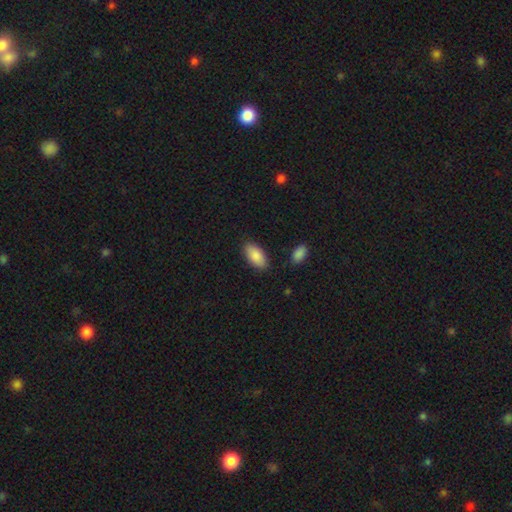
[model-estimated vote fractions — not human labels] This is clearly a smooth galaxy (87%). How rounded: clearly in between (92%). Merging: clearly none (85%).